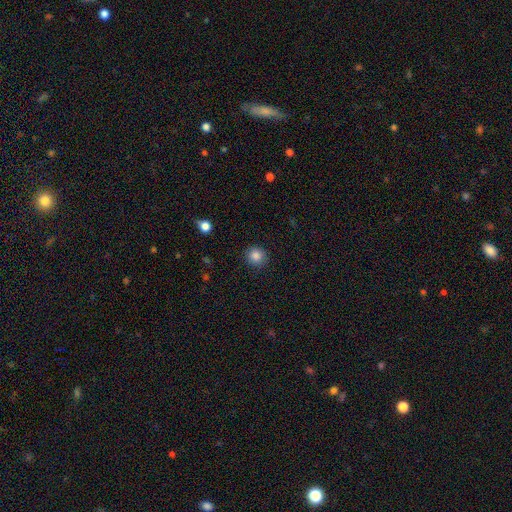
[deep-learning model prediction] This appears to be a smooth galaxy with no disk features (85%) that is round (90%). Merging: none (90%).